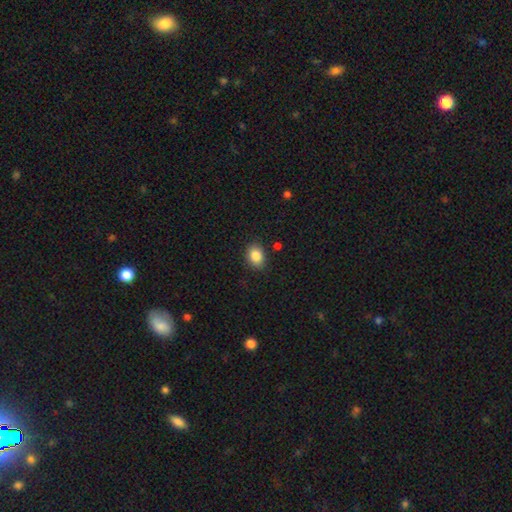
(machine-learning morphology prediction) Smooth or featured: smooth — 86% (star or artifact — 9%)
How rounded: in between — 64% (round — 35%)
Merging: none — 85% (minor disturbance — 10%)